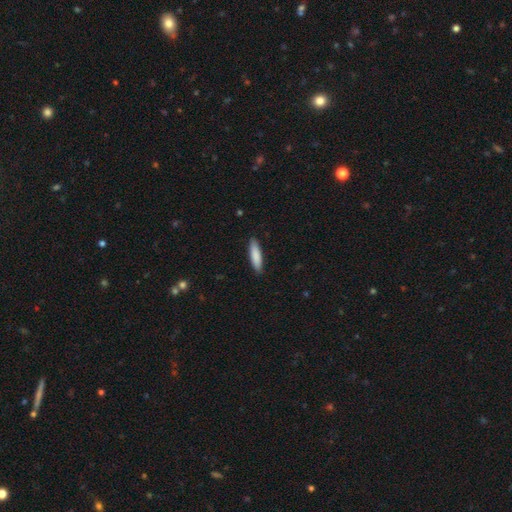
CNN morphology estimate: smooth-or-featured: smooth: 86% | featured or disk: 9% | star or artifact: 5%
  how-rounded: cigar-shaped: 75% | in between: 24% | round: 1%
  merging: none: 89% | minor disturbance: 8% | major disturbance: 2% | merger: 1%